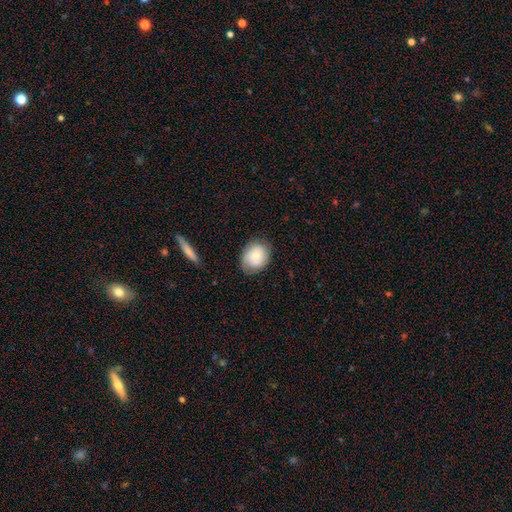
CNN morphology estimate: smooth-or-featured: smooth: 67% | featured or disk: 25% | star or artifact: 8%
  how-rounded: round: 54% | in between: 45% | cigar-shaped: 1%
  merging: none: 75% | minor disturbance: 19% | major disturbance: 5% | merger: 1%